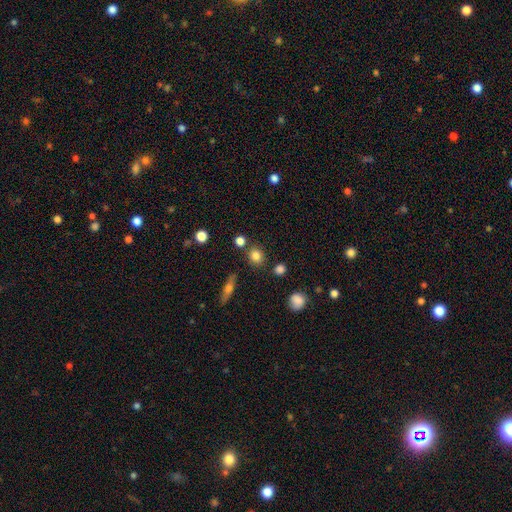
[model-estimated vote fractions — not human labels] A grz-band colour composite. It shows a smooth galaxy with no disk features (82%) that is round (83%). Merging: none (80%).